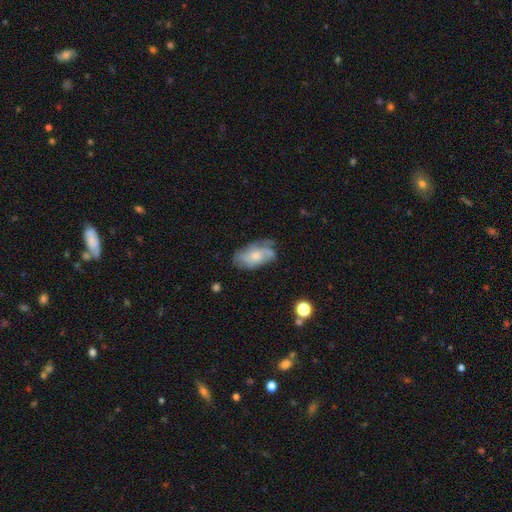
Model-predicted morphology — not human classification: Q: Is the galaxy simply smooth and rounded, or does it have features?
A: featured or disk — 55%.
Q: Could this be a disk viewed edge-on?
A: no — 94%.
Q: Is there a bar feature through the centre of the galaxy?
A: no — 77%.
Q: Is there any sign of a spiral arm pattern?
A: yes — 76%.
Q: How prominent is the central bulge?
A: moderate — 48%.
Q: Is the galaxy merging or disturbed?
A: none — 52%.